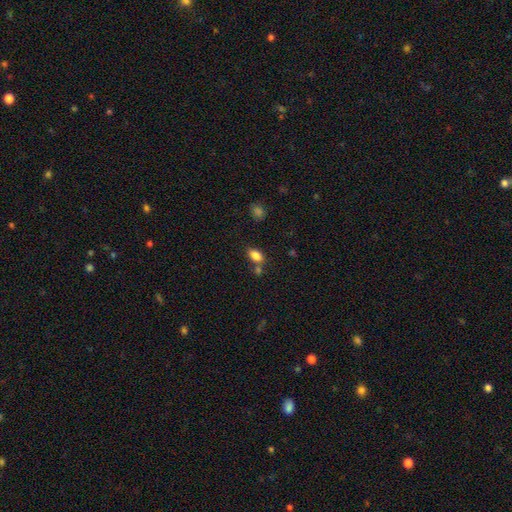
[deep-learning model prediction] smooth-or-featured: smooth: 83% | star or artifact: 10% | featured or disk: 7%
  how-rounded: in between: 87% | round: 11% | cigar-shaped: 3%
  merging: none: 62% | merger: 20% | minor disturbance: 13% | major disturbance: 4%